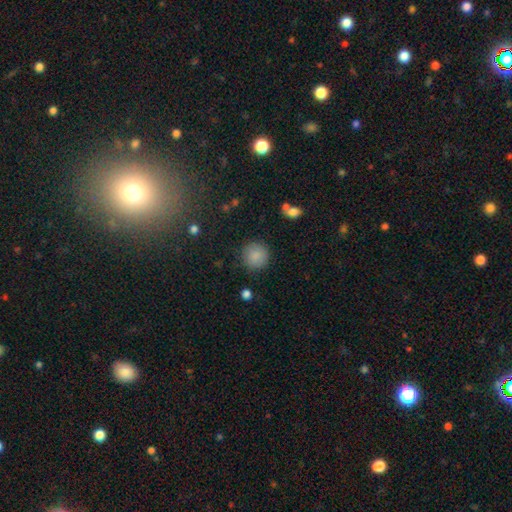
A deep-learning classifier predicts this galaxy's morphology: smooth_or_featured: smooth (p=0.86) [alt: star or artifact p=0.08]
how_rounded: round (p=0.93) [alt: in between p=0.06]
merging: none (p=0.87) [alt: minor disturbance p=0.09]